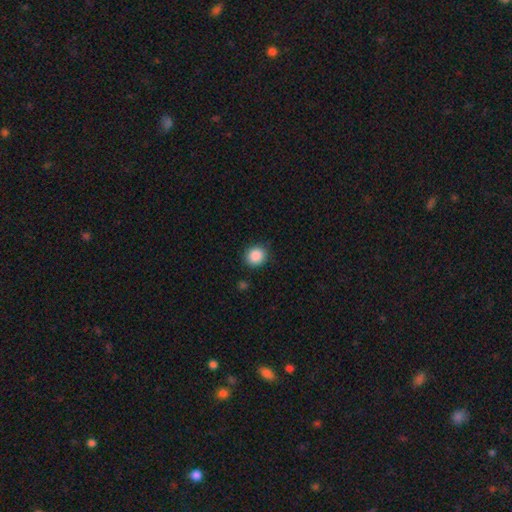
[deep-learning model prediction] smooth-or-featured: smooth: 88% | star or artifact: 9% | featured or disk: 3%
  how-rounded: round: 81% | in between: 18% | cigar-shaped: 1%
  merging: none: 88% | minor disturbance: 8% | major disturbance: 2% | merger: 1%